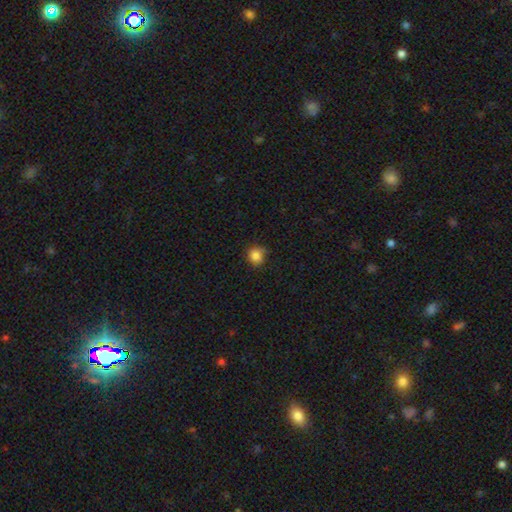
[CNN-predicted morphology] Smooth or featured? Predicted: smooth (p=0.84). How rounded? Predicted: round (p=0.87). Merging? Predicted: none (p=0.74).